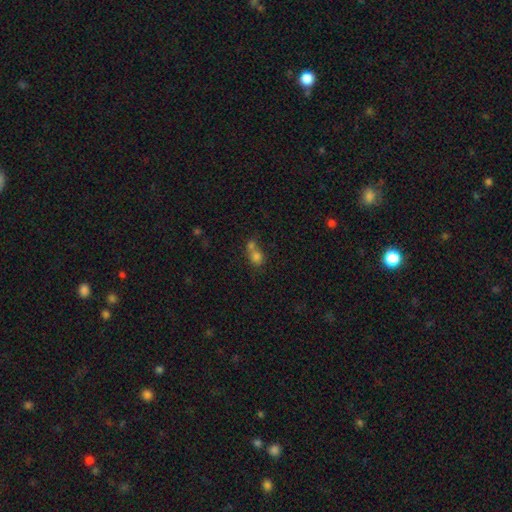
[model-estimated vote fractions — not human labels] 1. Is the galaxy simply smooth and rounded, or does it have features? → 74% smooth, 14% star or artifact, 12% featured or disk.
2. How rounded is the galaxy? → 66% round, 32% in between, 2% cigar-shaped.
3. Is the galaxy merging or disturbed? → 59% merger, 30% none, 7% minor disturbance, 4% major disturbance.